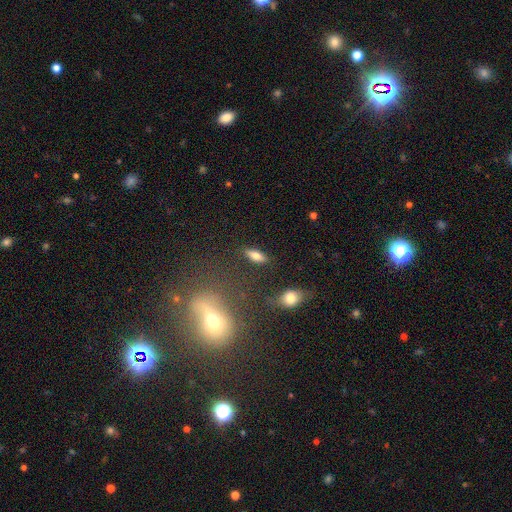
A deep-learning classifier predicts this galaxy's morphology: A smooth galaxy with no disk features (75%) that is in between round and cigar-shaped (68%). Merging: none (84%).